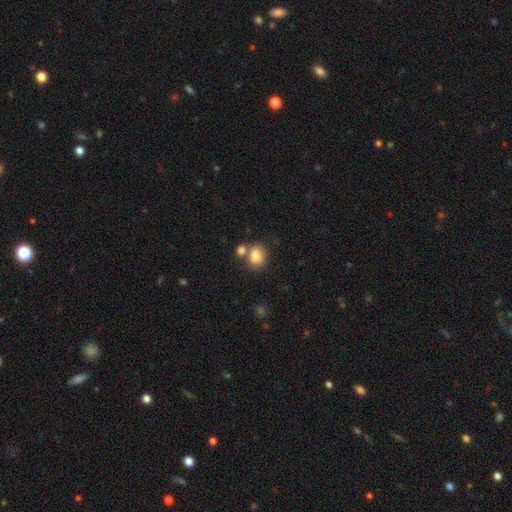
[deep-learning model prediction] smooth 81%, featured or disk 9%, star or artifact 9%. Down the decision tree: how rounded — in between (51%); merging — none (52%).